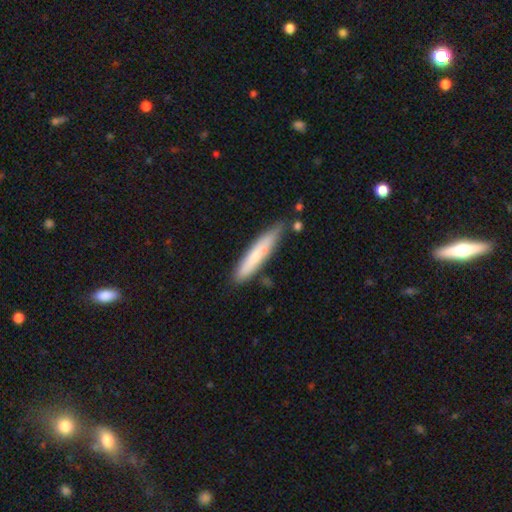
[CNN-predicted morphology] Q: Smooth or featured?
A: smooth (64%); runner-up: featured or disk (30%)
Q: How rounded?
A: cigar-shaped (90%); runner-up: in between (8%)
Q: Merging?
A: none (74%); runner-up: minor disturbance (18%)